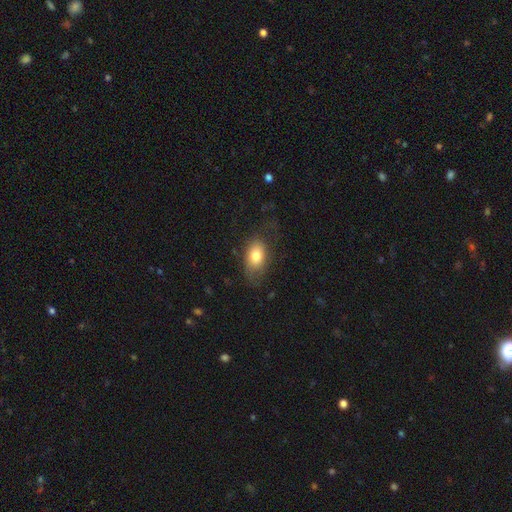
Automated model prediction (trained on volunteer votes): Smooth or featured?
  - smooth: 76% *
  - featured or disk: 15%
  - star or artifact: 8%
How rounded?
  - in between: 85% *
  - round: 13%
  - cigar-shaped: 2%
Merging?
  - none: 59% *
  - minor disturbance: 24%
  - major disturbance: 16%
  - merger: 2%